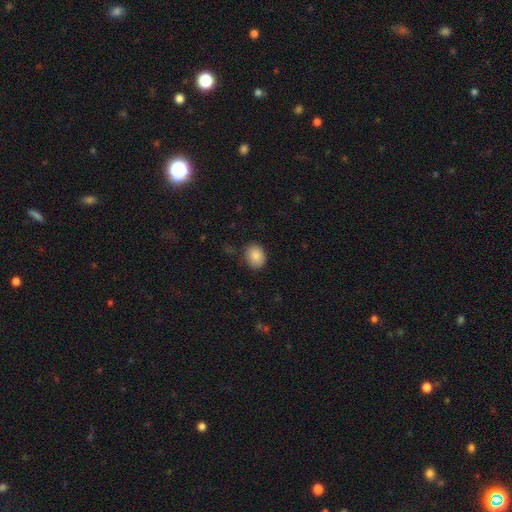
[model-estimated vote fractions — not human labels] The model was most divided on "how rounded": in between: 54%, round: 45%, cigar-shaped: 1%. More confident: smooth or featured — smooth (86%); merging — none (82%).